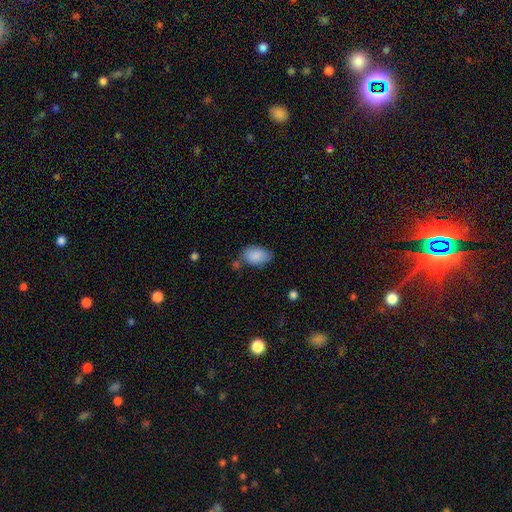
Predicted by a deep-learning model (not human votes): Smooth or featured? Predicted: smooth (p=0.87). How rounded? Predicted: in between (p=0.89). Merging? Predicted: none (p=0.59).